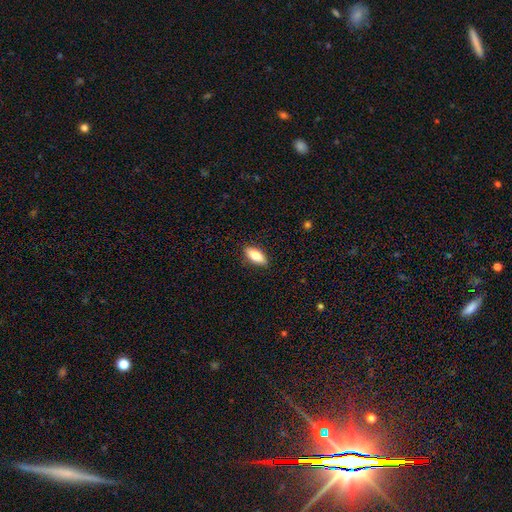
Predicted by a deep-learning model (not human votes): The model was most divided on "how rounded": in between: 80%, cigar-shaped: 17%, round: 3%. More confident: merging — none (87%); smooth or featured — smooth (82%).